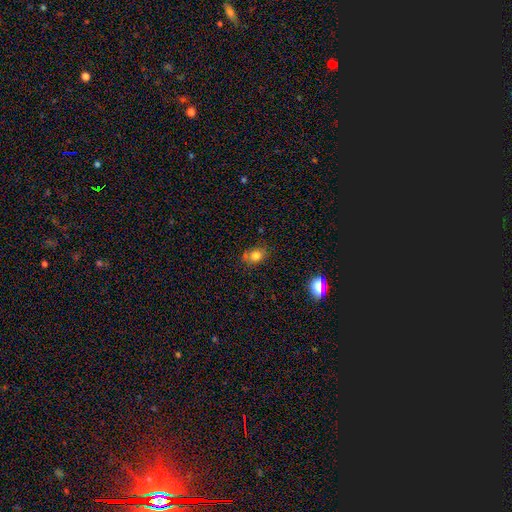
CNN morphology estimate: Smooth or featured? smooth (77%)
How rounded? in between (57%)
Merging? none (68%)